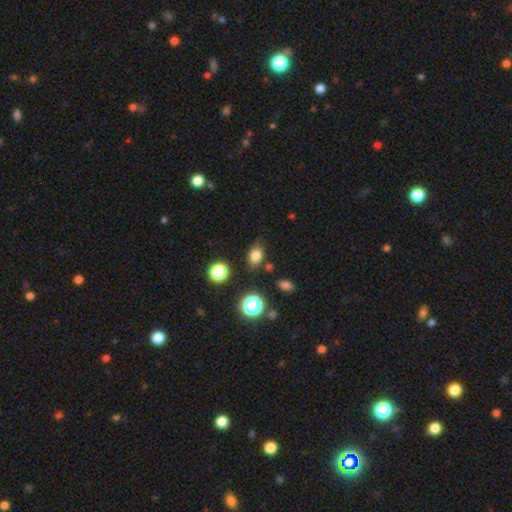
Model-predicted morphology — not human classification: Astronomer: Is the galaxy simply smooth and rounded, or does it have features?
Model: smooth — 78%.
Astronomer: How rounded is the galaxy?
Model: in between — 70%.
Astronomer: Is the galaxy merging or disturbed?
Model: none — 76%.